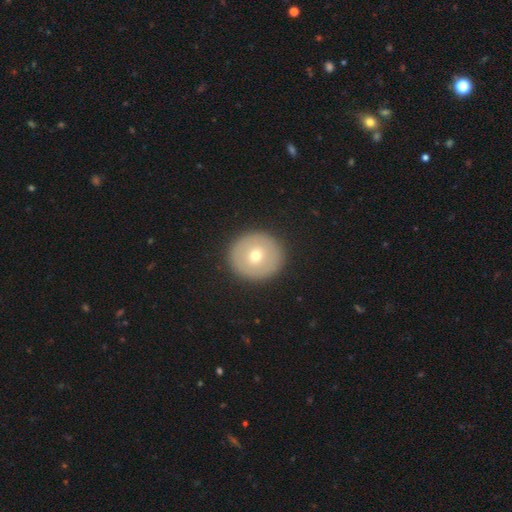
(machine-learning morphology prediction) A smooth galaxy with no disk features (59%) that is round (92%).

Vote fractions:
- Smooth or featured? smooth: 59% / featured or disk: 33% / star or artifact: 8%
- How rounded? round: 92% / in between: 7% / cigar-shaped: 1%
- Merging? none: 91% / minor disturbance: 6% / major disturbance: 2% / merger: 1%